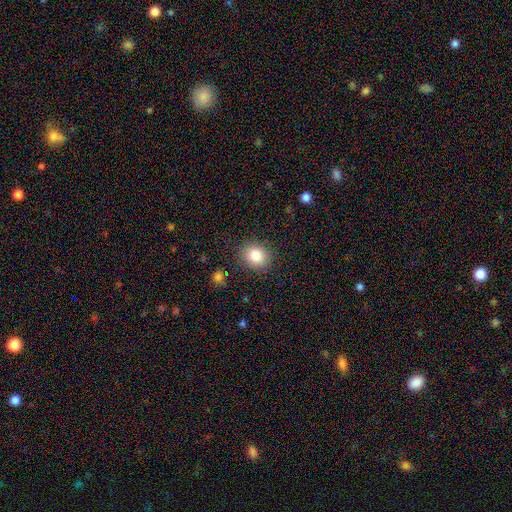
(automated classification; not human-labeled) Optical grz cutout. It shows a smooth galaxy with no disk features (82%) that is round (69%). Merging: none (86%).